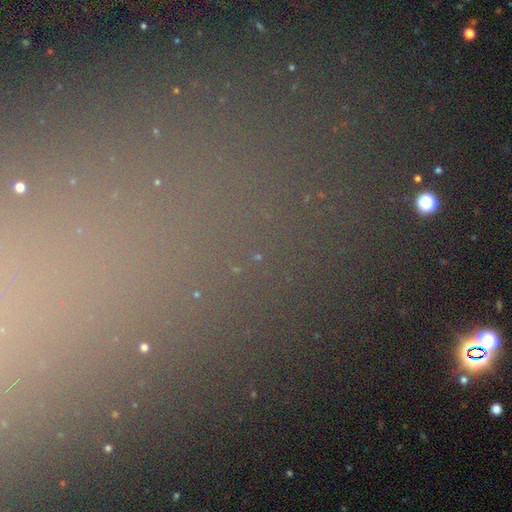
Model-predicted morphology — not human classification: The model was most divided on "smooth or featured": star or artifact: 73%, smooth: 17%, featured or disk: 10%.